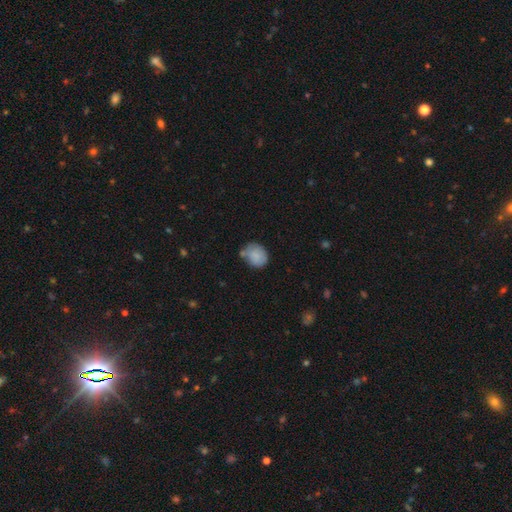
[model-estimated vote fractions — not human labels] A smooth galaxy with no disk features (83%) that is round (58%). Merging: none (52%).